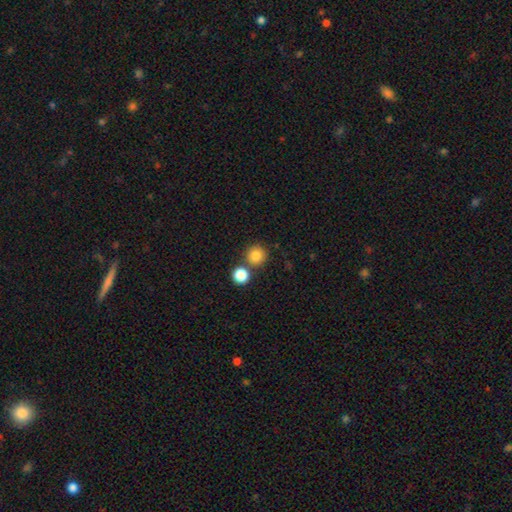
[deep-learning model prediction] The model was most divided on "merging": none: 75%, merger: 16%, minor disturbance: 7%, major disturbance: 2%. More confident: how rounded — round (94%); smooth or featured — smooth (83%).